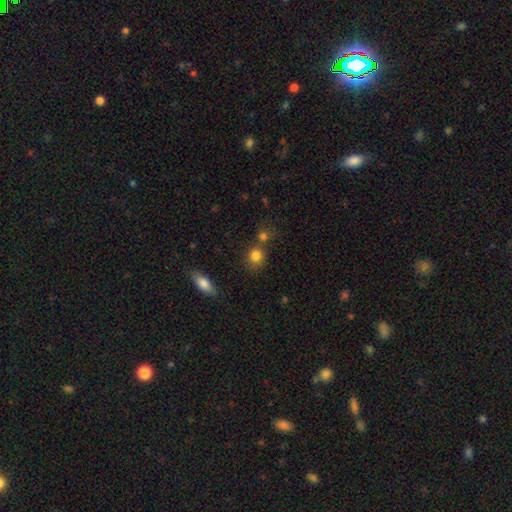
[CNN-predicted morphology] This is clearly a smooth galaxy (82%). How rounded: likely round (80%). Merging: likely none (63%).